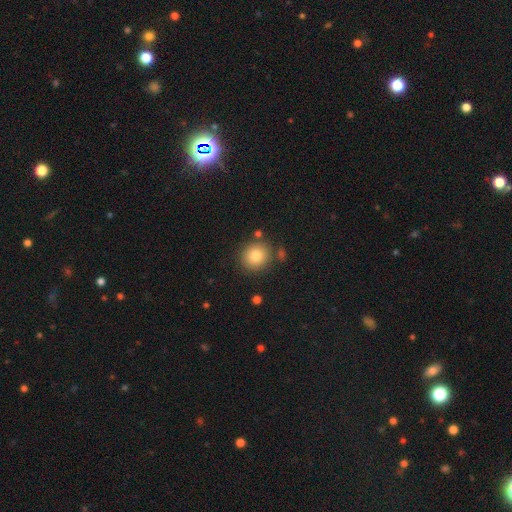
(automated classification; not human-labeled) Overall: smooth (81%). How rounded: round (87%). Merging: none (83%).